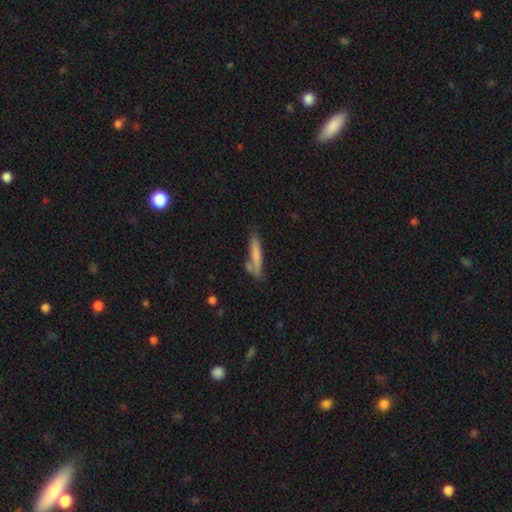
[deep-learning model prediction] Morphology: type=smooth (74%); roundness=cigar-shaped (84%); merging=none (62%).